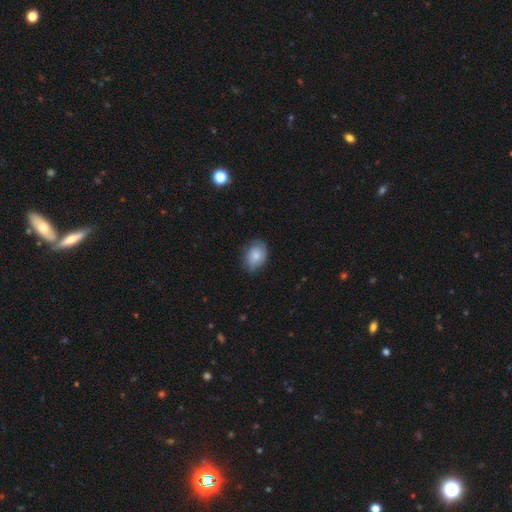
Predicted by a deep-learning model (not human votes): Smooth or featured?
  - smooth: 77% *
  - featured or disk: 16%
  - star or artifact: 7%
How rounded?
  - in between: 73% *
  - round: 25%
  - cigar-shaped: 1%
Merging?
  - none: 71% *
  - minor disturbance: 24%
  - major disturbance: 5%
  - merger: 1%